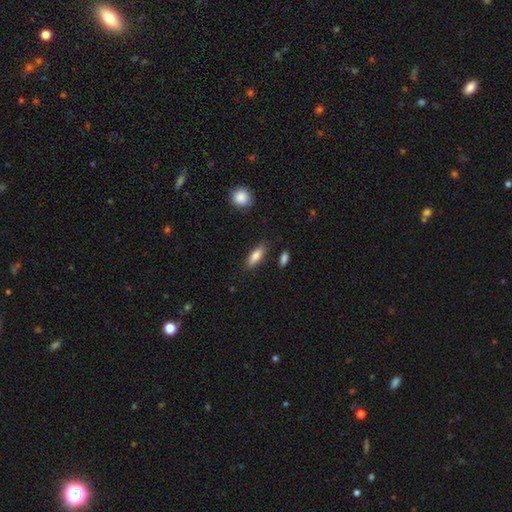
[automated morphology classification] smooth-or-featured: smooth: 81% | featured or disk: 12% | star or artifact: 6%
  how-rounded: in between: 58% | cigar-shaped: 40% | round: 2%
  merging: none: 84% | minor disturbance: 11% | major disturbance: 3% | merger: 2%